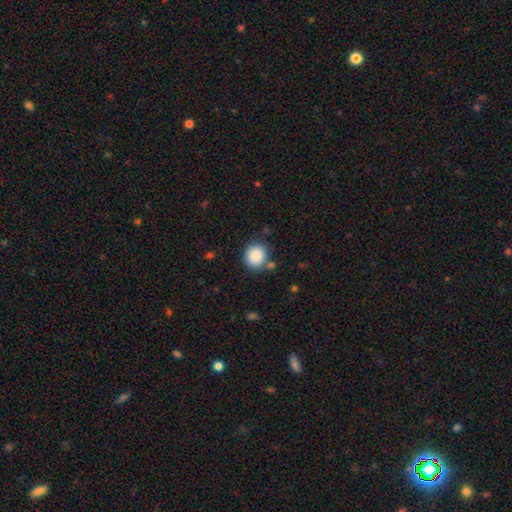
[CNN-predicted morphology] smooth 87%, star or artifact 8%, featured or disk 4%. Down the decision tree: how rounded — round (80%); merging — none (78%).